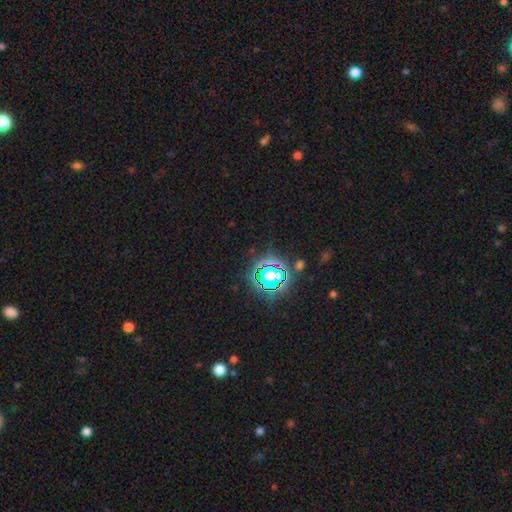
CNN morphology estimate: Smooth or featured? Predicted: star or artifact (p=0.82).